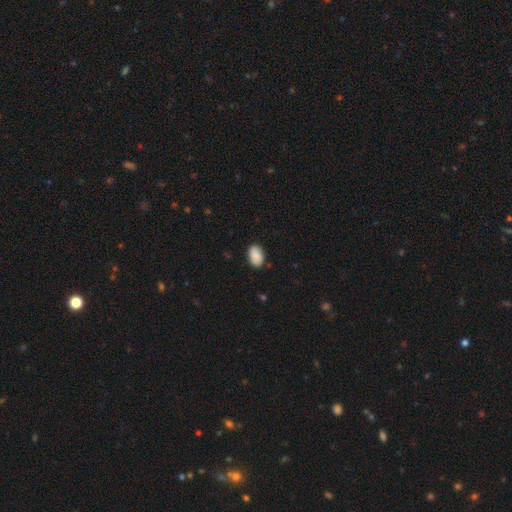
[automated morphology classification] Smooth or featured? Predicted: smooth (p=0.90). How rounded? Predicted: in between (p=0.92). Merging? Predicted: none (p=0.86).